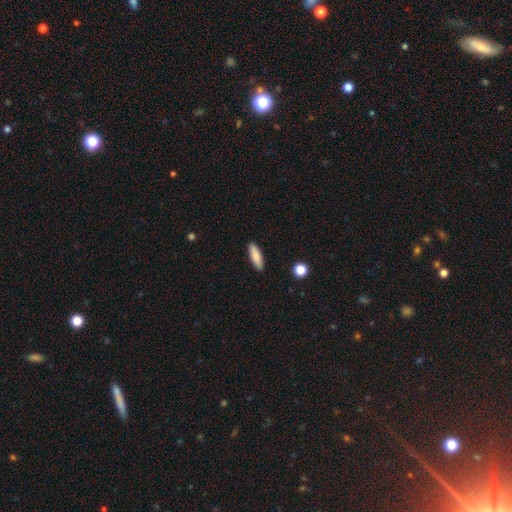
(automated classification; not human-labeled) Smooth or featured? Predicted: smooth (p=0.87). How rounded? Predicted: in between (p=0.50). Merging? Predicted: none (p=0.90).